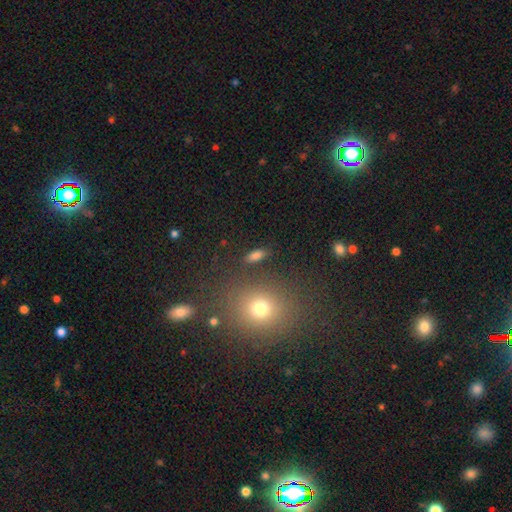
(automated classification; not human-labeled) Overall: smooth (77%). How rounded: in between (71%). Merging: none (85%).